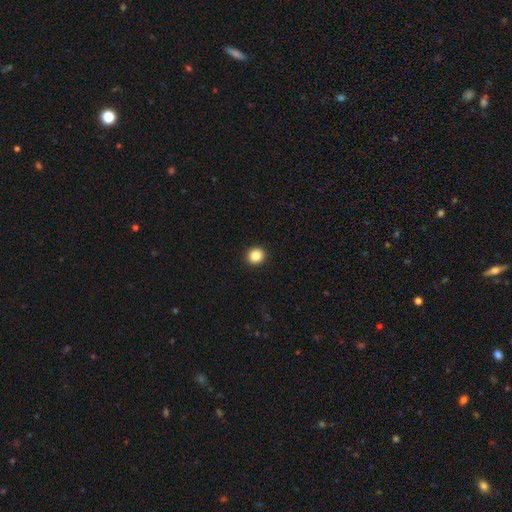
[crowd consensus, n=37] Q: Smooth or featured?
A: smooth (86%); runner-up: featured or disk (8%)
Q: How rounded?
A: round (94%); runner-up: in between (6%)
Q: Merging?
A: none (86%); runner-up: minor disturbance (14%)